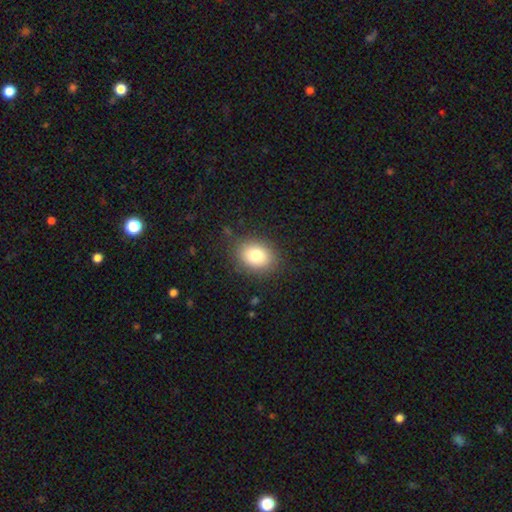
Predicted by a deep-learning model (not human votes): Smooth or featured?
  - smooth: 80% *
  - featured or disk: 10%
  - star or artifact: 10%
How rounded?
  - in between: 59% *
  - round: 40%
  - cigar-shaped: 1%
Merging?
  - none: 85% *
  - minor disturbance: 10%
  - major disturbance: 4%
  - merger: 1%